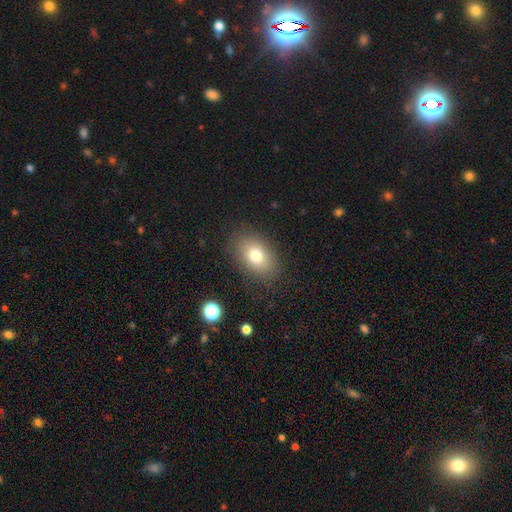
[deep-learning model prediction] smooth-or-featured: smooth: 77% | featured or disk: 13% | star or artifact: 10%
  how-rounded: in between: 85% | round: 14% | cigar-shaped: 1%
  merging: none: 85% | minor disturbance: 10% | major disturbance: 4% | merger: 1%